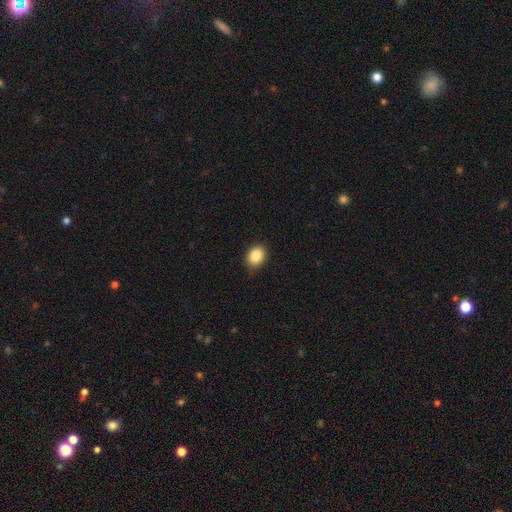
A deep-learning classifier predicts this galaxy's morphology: This is clearly a smooth galaxy (86%). How rounded: possibly in between (52%). Merging: clearly none (83%).